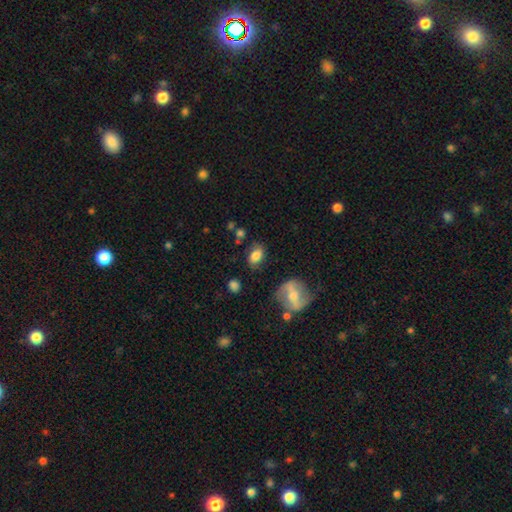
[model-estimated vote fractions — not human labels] This appears to be a smooth galaxy with no disk features (73%) that is in between round and cigar-shaped (83%). Merging: none (69%).